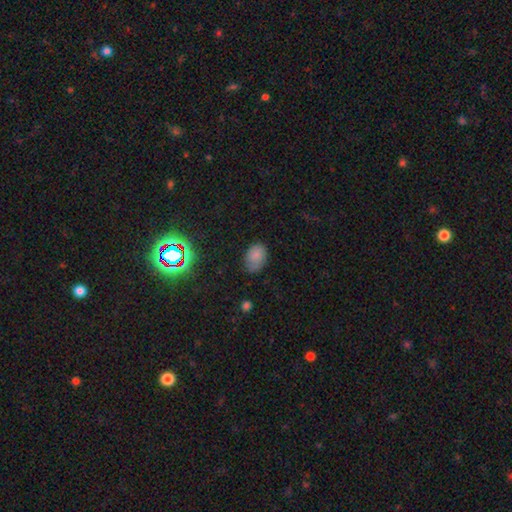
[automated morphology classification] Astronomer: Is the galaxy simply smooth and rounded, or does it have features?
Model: smooth — 79%.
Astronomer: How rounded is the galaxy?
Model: in between — 81%.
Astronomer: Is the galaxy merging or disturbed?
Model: none — 67%.